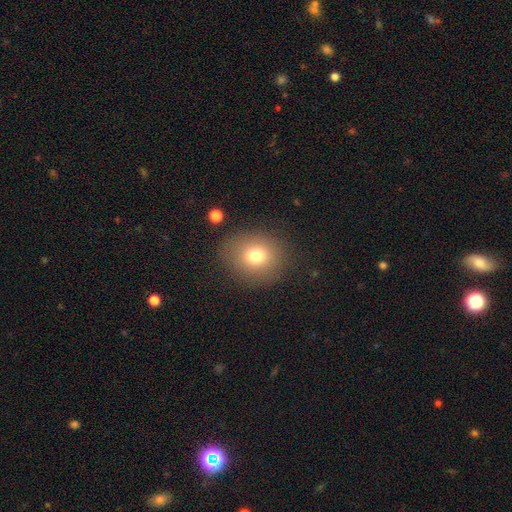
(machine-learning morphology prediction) Q: Smooth or featured?
A: smooth (75%); runner-up: star or artifact (13%)
Q: How rounded?
A: round (69%); runner-up: in between (30%)
Q: Merging?
A: none (84%); runner-up: minor disturbance (10%)